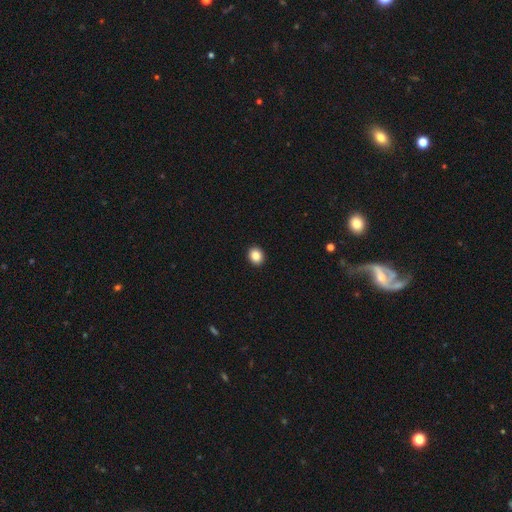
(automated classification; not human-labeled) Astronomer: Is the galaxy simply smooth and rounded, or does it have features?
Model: smooth — 87%.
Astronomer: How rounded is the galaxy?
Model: round — 67%.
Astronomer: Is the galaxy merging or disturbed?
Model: none — 93%.